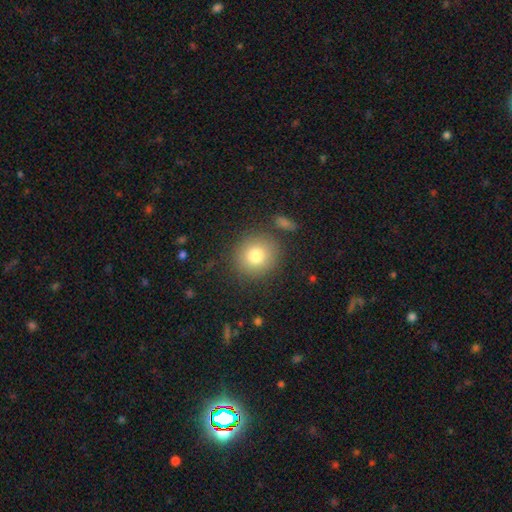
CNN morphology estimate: Q: Smooth or featured?
A: smooth (79%); runner-up: star or artifact (11%)
Q: How rounded?
A: round (90%); runner-up: in between (9%)
Q: Merging?
A: none (84%); runner-up: minor disturbance (9%)